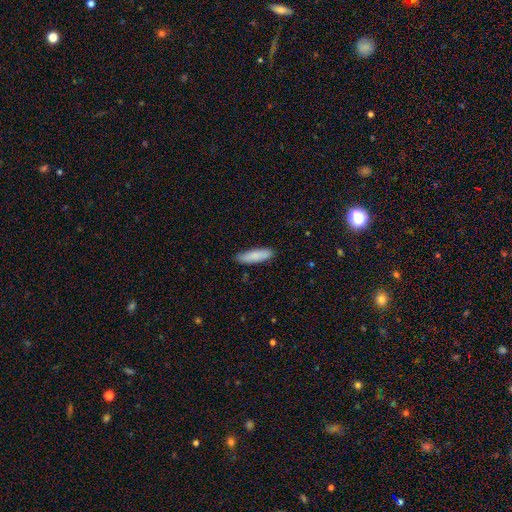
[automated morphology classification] Smooth or featured: smooth — 86% (featured or disk — 8%)
How rounded: cigar-shaped — 64% (in between — 34%)
Merging: none — 87% (minor disturbance — 11%)